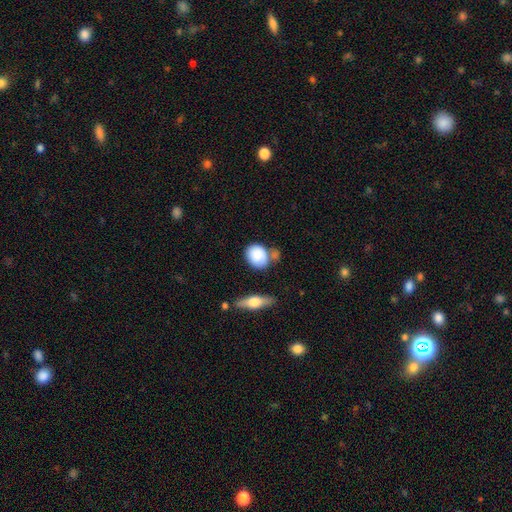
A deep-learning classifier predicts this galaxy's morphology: smooth_or_featured: smooth (p=0.84) [alt: featured or disk p=0.09]
how_rounded: in between (p=0.51) [alt: round p=0.47]
merging: none (p=0.54) [alt: minor disturbance p=0.21]